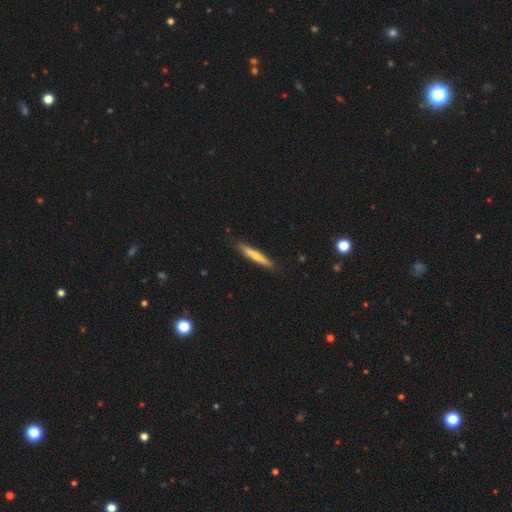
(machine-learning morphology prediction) A smooth galaxy with no disk features (64%) that is cigar-shaped (93%). Merging: none (88%).